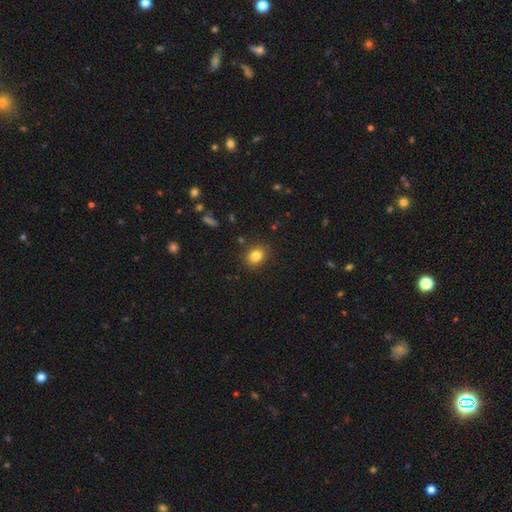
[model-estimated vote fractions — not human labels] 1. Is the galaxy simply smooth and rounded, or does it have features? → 83% smooth, 11% star or artifact, 7% featured or disk.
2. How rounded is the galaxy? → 56% in between, 43% round, 1% cigar-shaped.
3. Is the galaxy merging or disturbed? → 85% none, 10% minor disturbance, 3% major disturbance, 2% merger.